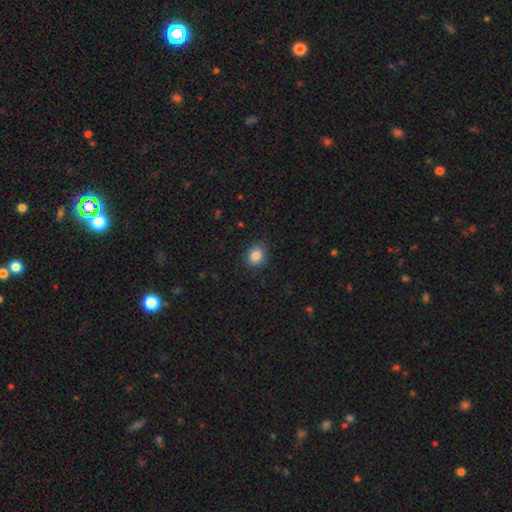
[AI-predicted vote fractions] smooth-or-featured: smooth: 87% | star or artifact: 9% | featured or disk: 4%
  how-rounded: round: 68% | in between: 32% | cigar-shaped: 1%
  merging: none: 87% | minor disturbance: 10% | major disturbance: 3% | merger: 1%